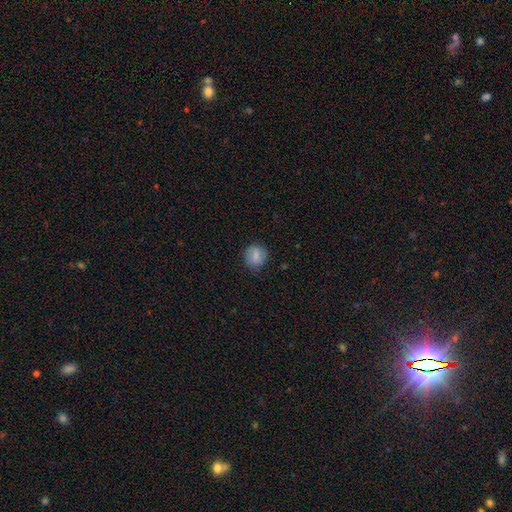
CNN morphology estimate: Smooth or featured: smooth — 81% (featured or disk — 10%)
How rounded: round — 84% (in between — 15%)
Merging: none — 82% (minor disturbance — 14%)